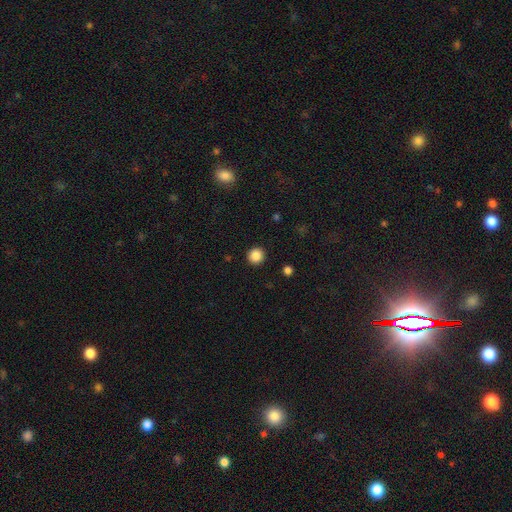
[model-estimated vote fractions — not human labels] Smooth or featured: smooth — 86% (star or artifact — 10%)
How rounded: round — 95% (in between — 4%)
Merging: none — 93% (minor disturbance — 4%)